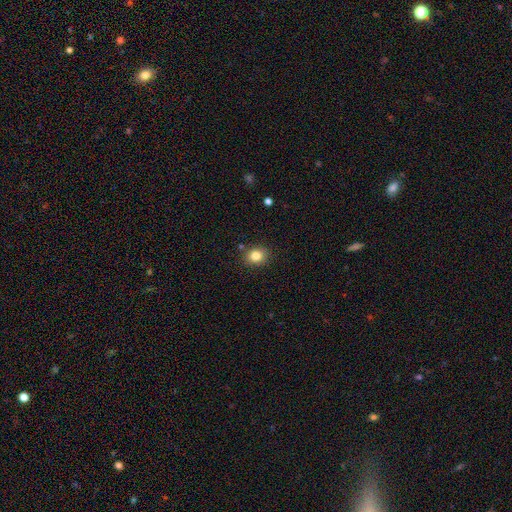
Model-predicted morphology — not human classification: Smooth or featured: smooth — 82% (star or artifact — 11%)
How rounded: round — 62% (in between — 37%)
Merging: none — 87% (minor disturbance — 9%)